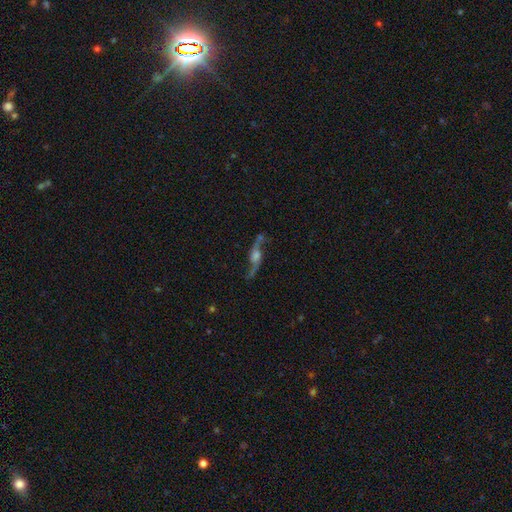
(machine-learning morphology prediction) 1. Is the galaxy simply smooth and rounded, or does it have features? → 83% featured or disk, 9% smooth, 8% star or artifact.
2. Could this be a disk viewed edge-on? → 68% no, 32% yes.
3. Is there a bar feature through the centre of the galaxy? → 61% no, 28% weak, 11% strong.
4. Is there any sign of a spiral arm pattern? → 94% yes, 6% no.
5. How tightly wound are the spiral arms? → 89% loose, 8% medium, 3% tight.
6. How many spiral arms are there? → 93% 2, 2% 1, 2% can't tell, 1% 3, 1% 4, 1% more than 4.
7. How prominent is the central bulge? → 41% moderate, 23% large, 21% small, 9% none, 5% dominant.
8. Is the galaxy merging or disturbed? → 73% none, 15% minor disturbance, 8% major disturbance, 4% merger.